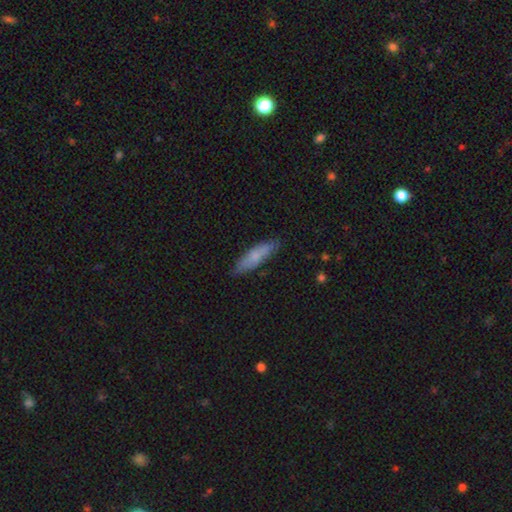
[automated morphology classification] Smooth or featured?
  - smooth: 70% *
  - featured or disk: 24%
  - star or artifact: 6%
How rounded?
  - cigar-shaped: 67% *
  - in between: 31%
  - round: 2%
Merging?
  - none: 82% *
  - minor disturbance: 14%
  - major disturbance: 2%
  - merger: 1%